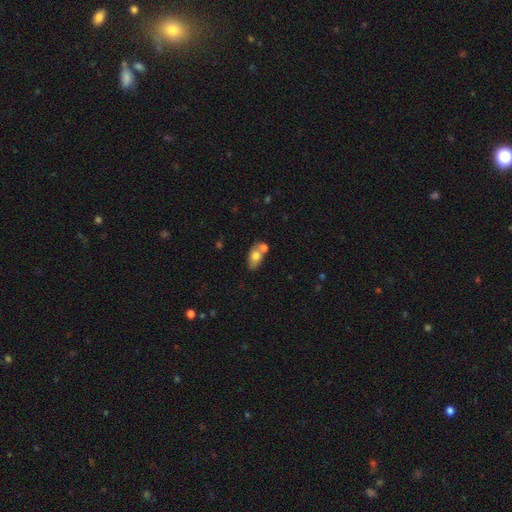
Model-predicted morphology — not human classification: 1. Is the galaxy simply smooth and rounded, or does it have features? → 71% smooth, 21% featured or disk, 8% star or artifact.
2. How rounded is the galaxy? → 86% in between, 12% round, 2% cigar-shaped.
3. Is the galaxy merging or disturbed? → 44% none, 40% merger, 12% minor disturbance, 4% major disturbance.